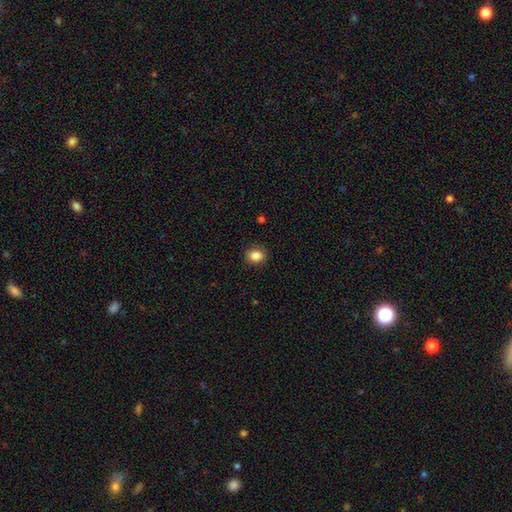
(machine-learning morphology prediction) Smooth or featured: smooth — 85% (star or artifact — 9%)
How rounded: round — 57% (in between — 42%)
Merging: none — 87% (minor disturbance — 10%)